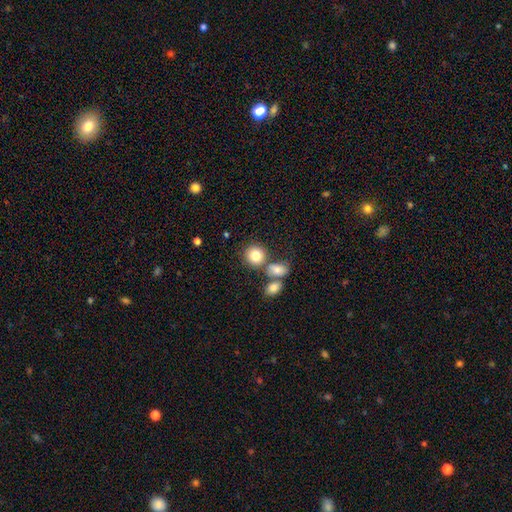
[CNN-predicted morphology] smooth_or_featured: smooth (p=0.81) [alt: star or artifact p=0.10]
how_rounded: round (p=0.83) [alt: in between p=0.16]
merging: none (p=0.62) [alt: merger p=0.24]